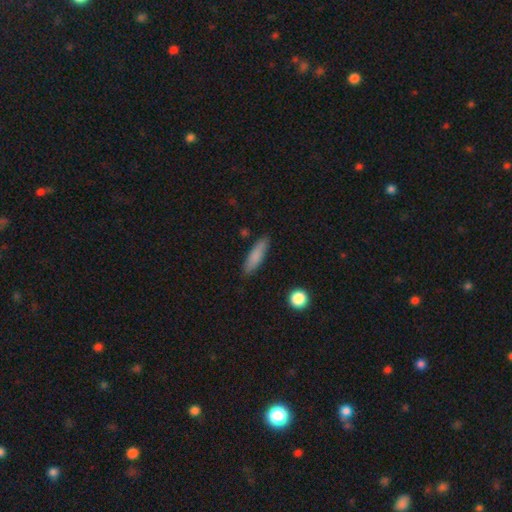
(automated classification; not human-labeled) This appears to be a smooth galaxy with no disk features (81%) that is cigar-shaped (66%). Merging: none (84%).